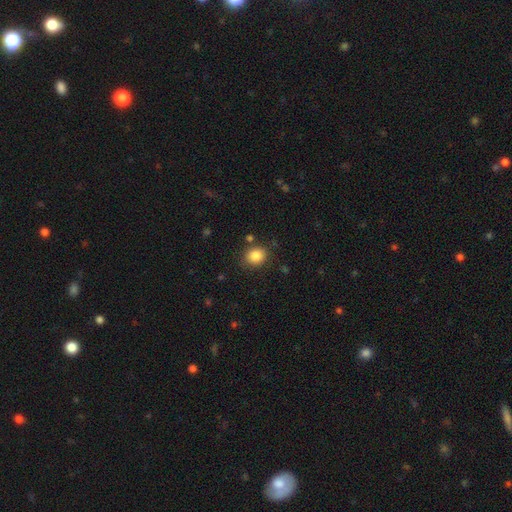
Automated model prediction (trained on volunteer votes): Smooth or featured? Predicted: smooth (p=0.85). How rounded? Predicted: round (p=0.65). Merging? Predicted: none (p=0.82).